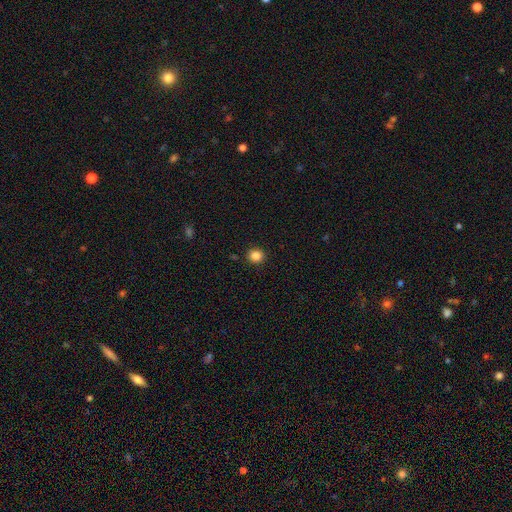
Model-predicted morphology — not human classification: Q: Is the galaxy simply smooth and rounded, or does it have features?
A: smooth — 84%.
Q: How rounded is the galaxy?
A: round — 89%.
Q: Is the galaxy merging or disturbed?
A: none — 92%.